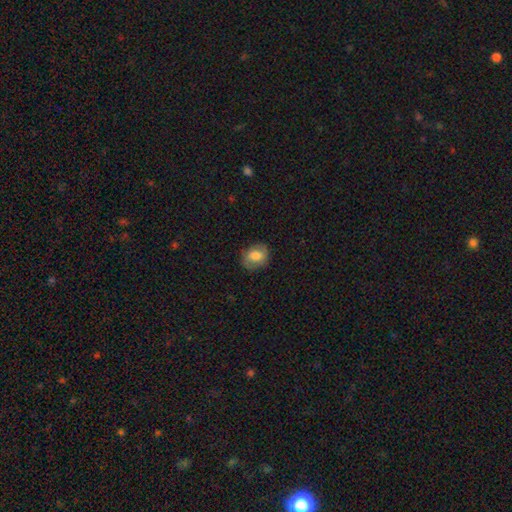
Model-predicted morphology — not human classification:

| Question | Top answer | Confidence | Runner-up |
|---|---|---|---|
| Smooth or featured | smooth | 71% | featured or disk (20%) |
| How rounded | round | 55% | in between (44%) |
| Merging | none | 79% | minor disturbance (15%) |